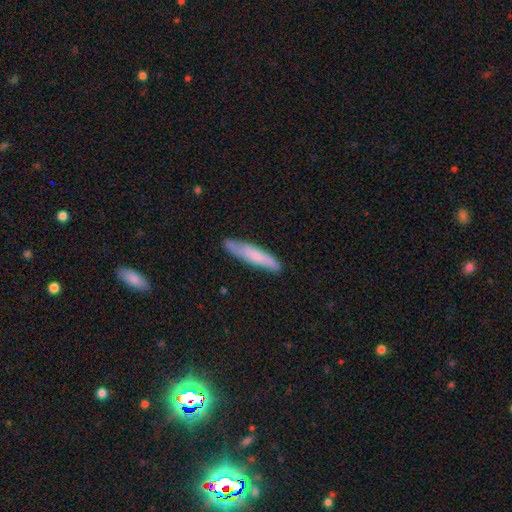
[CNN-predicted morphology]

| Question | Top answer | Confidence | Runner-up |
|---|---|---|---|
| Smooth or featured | smooth | 64% | featured or disk (30%) |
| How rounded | cigar-shaped | 89% | in between (10%) |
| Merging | none | 82% | minor disturbance (14%) |